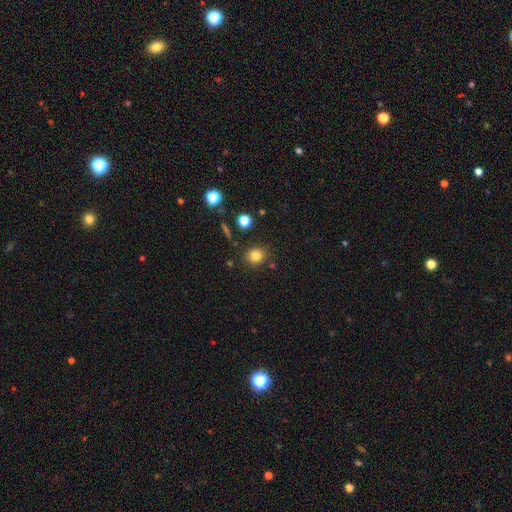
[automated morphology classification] Smooth or featured?
  - smooth: 81% *
  - star or artifact: 13%
  - featured or disk: 7%
How rounded?
  - round: 79% *
  - in between: 20%
  - cigar-shaped: 1%
Merging?
  - none: 85% *
  - minor disturbance: 9%
  - merger: 3%
  - major disturbance: 3%